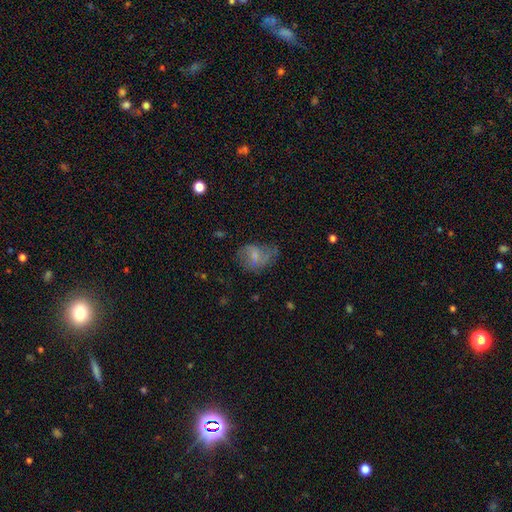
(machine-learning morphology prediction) This appears to be a smooth galaxy with no disk features (50%) that is in between round and cigar-shaped (61%). Merging: none (40%).